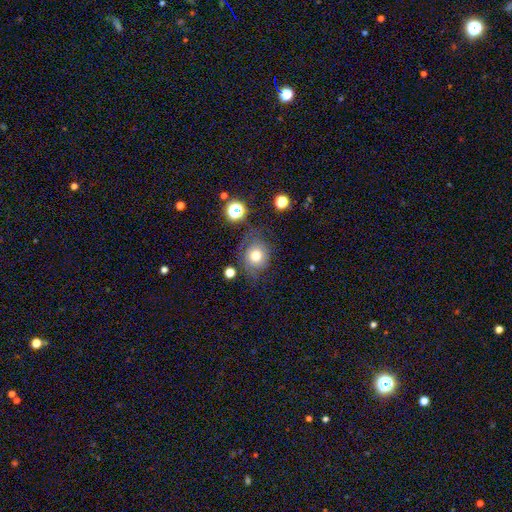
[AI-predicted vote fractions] Smooth or featured? smooth (70%)
How rounded? round (71%)
Merging? none (63%)